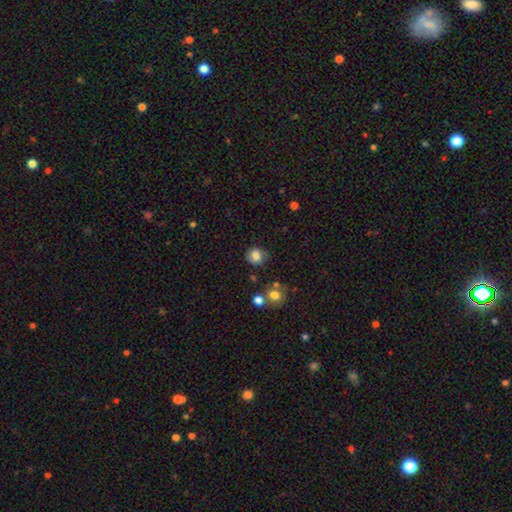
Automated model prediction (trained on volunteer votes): Overall: smooth (77%). How rounded: round (73%). Merging: none (75%).